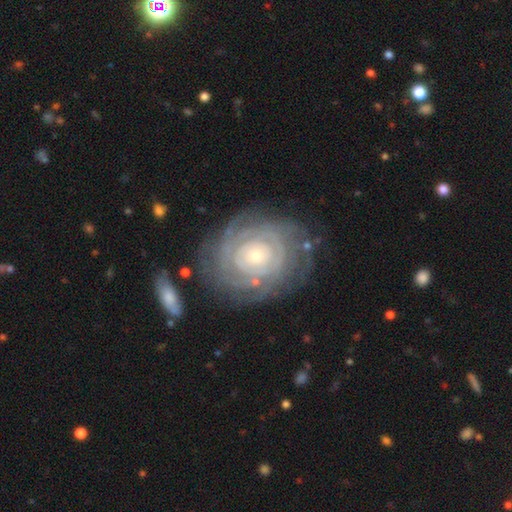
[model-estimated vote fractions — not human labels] Smooth or featured: featured or disk — 85% (smooth — 10%)
Edge-on disk: no — 97% (yes — 3%)
Bar: no — 81% (weak — 14%)
Spiral arms: yes — 93% (no — 7%)
Spiral winding: tight — 86% (medium — 11%)
Spiral arm count: can't tell — 42% (2 — 16%)
Bulge size: small — 64% (moderate — 31%)
Merging: none — 75% (minor disturbance — 15%)